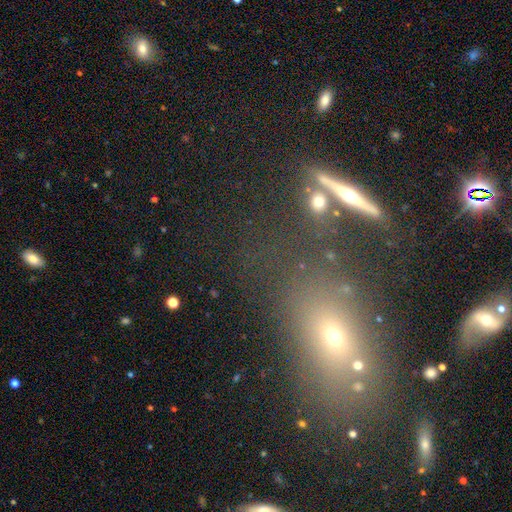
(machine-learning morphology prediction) Smooth or featured? star or artifact (39%, tied with smooth)